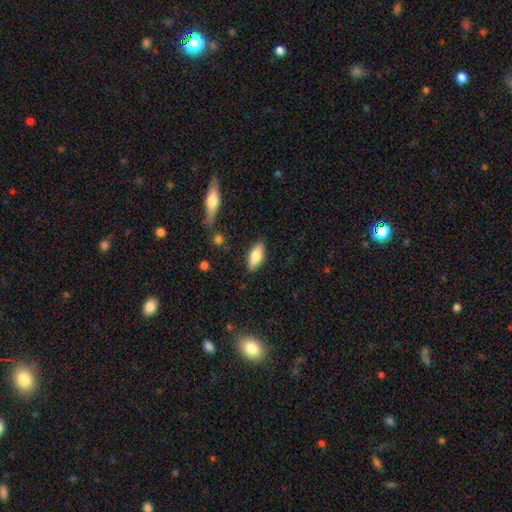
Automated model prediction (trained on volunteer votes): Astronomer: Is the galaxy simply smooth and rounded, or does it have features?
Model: smooth — 70%.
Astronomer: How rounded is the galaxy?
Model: in between — 70%.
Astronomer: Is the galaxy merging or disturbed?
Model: none — 83%.